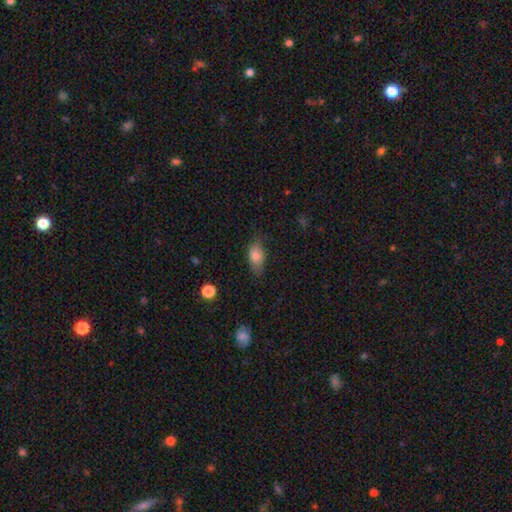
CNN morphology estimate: Smooth or featured: smooth — 81% (featured or disk — 11%)
How rounded: in between — 86% (cigar-shaped — 8%)
Merging: none — 72% (minor disturbance — 21%)